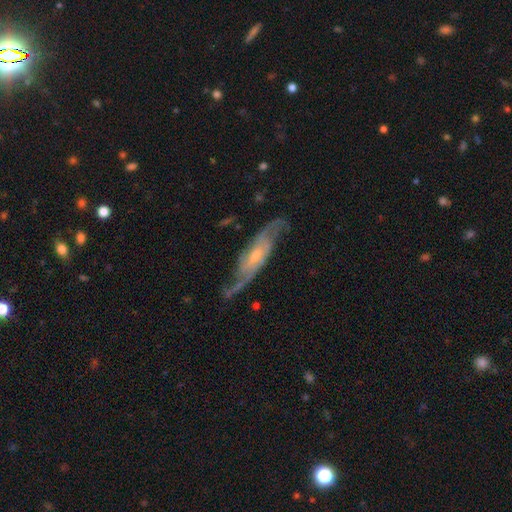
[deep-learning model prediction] smooth-or-featured: featured or disk: 85% | smooth: 9% | star or artifact: 6%
  disk-edge-on: no: 82% | yes: 18%
    bar: no: 55% | weak: 34% | strong: 12%
    has-spiral-arms: yes: 95% | no: 5%
      spiral-winding: loose: 41% | medium: 40% | tight: 19%
      spiral-arm-count: 2: 80% | can't tell: 9% | 3: 5% | 1: 2% | 4: 2% | more than 4: 2%
    bulge-size: small: 61% | moderate: 34% | none: 2% | large: 2% | dominant: 1%
  merging: none: 69% | minor disturbance: 19% | major disturbance: 10% | merger: 2%